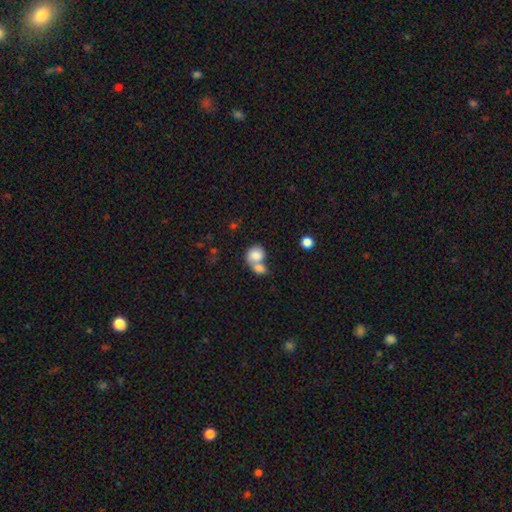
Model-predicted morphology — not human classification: Smooth or featured: smooth — 81% (featured or disk — 12%)
How rounded: round — 59% (in between — 40%)
Merging: merger — 66% (none — 22%)